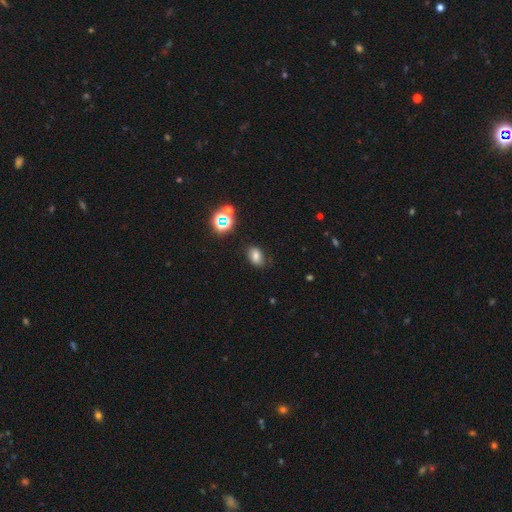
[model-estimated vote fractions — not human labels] Smooth or featured? smooth (71%)
How rounded? in between (80%)
Merging? none (78%)